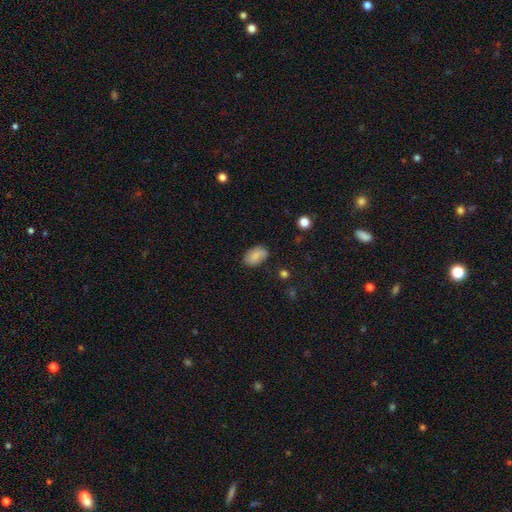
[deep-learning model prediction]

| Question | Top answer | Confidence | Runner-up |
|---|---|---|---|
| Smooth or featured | smooth | 84% | featured or disk (8%) |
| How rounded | in between | 91% | round (7%) |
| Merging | none | 74% | minor disturbance (20%) |